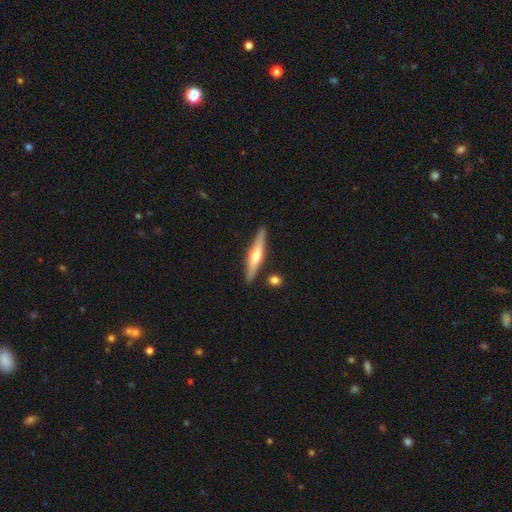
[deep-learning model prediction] featured or disk 60%, smooth 35%, star or artifact 6%. Down the decision tree: edge-on disk — yes (95%); edge-on bulge — rounded (89%); merging — none (85%).